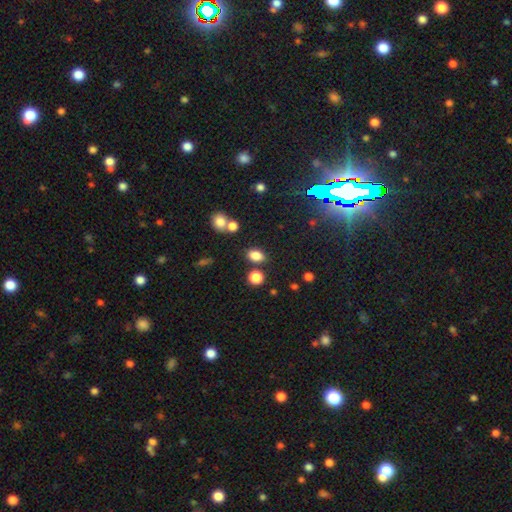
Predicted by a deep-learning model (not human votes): A smooth galaxy with no disk features (82%) that is in between round and cigar-shaped (76%). Merging: none (76%).